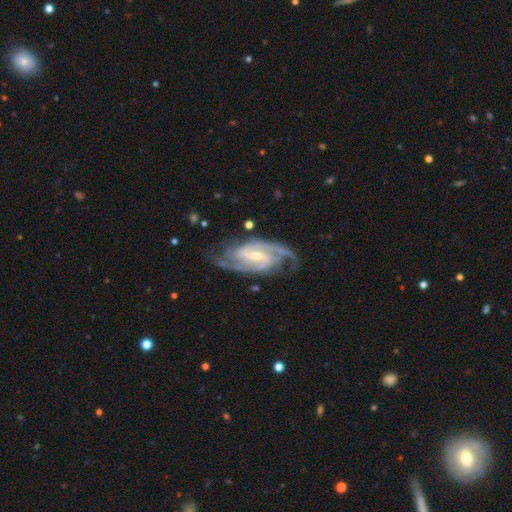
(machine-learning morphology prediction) featured or disk 93%, star or artifact 4%, smooth 3%. Down the decision tree: edge-on disk — no (97%); bar — weak (45%); spiral arms — yes (98%); spiral arm count — 2 (66%); spiral winding — medium (52%); bulge size — small (61%); merging — none (74%).